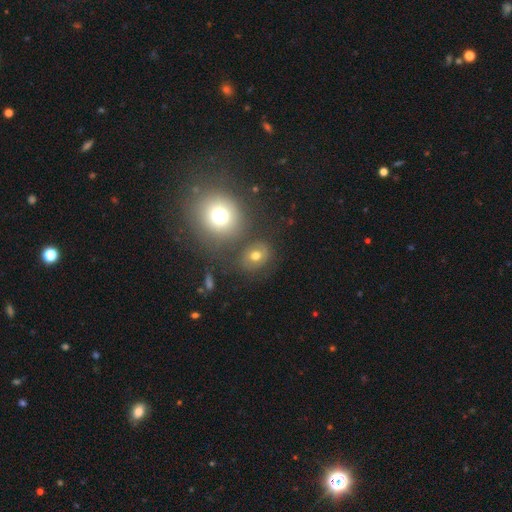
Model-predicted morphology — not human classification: Smooth or featured? Predicted: smooth (p=0.65). How rounded? Predicted: round (p=0.63). Merging? Predicted: none (p=0.73).